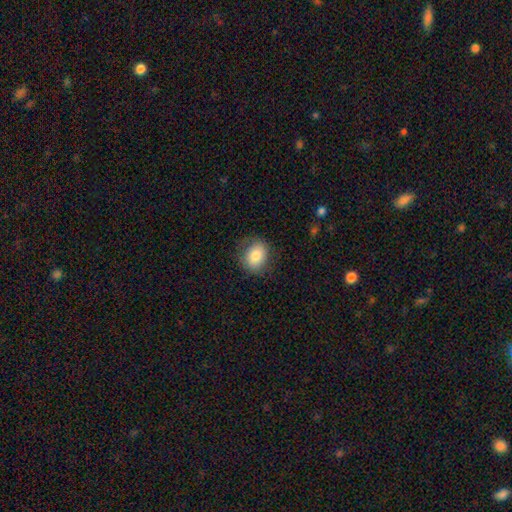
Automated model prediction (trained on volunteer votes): Smooth or featured: smooth — 80% (featured or disk — 12%)
How rounded: in between — 52% (round — 47%)
Merging: none — 77% (minor disturbance — 16%)